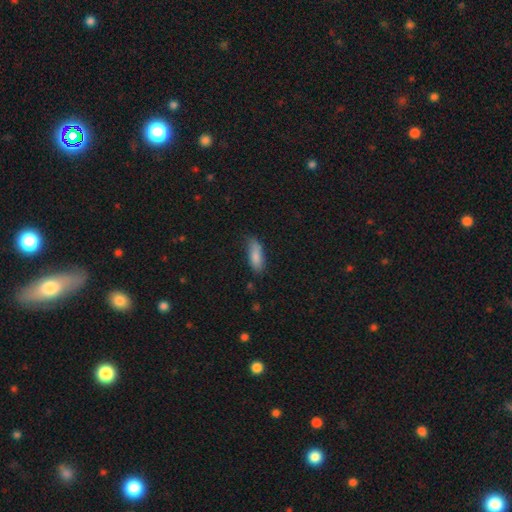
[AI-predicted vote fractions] Smooth or featured: smooth — 85% (featured or disk — 8%)
How rounded: in between — 69% (cigar-shaped — 29%)
Merging: none — 71% (minor disturbance — 23%)